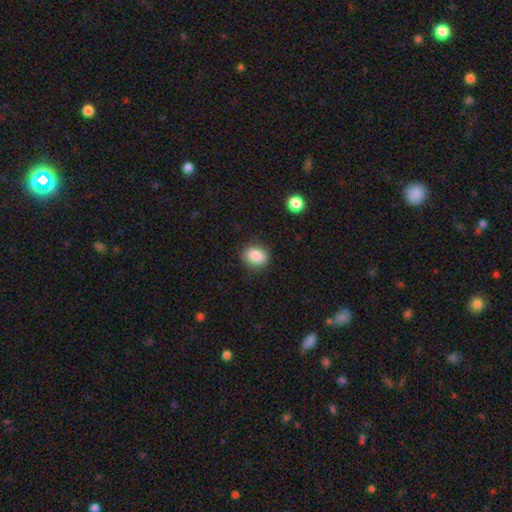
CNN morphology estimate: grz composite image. It shows a smooth galaxy with no disk features (86%) that is in between round and cigar-shaped (53%). Merging: none (85%).